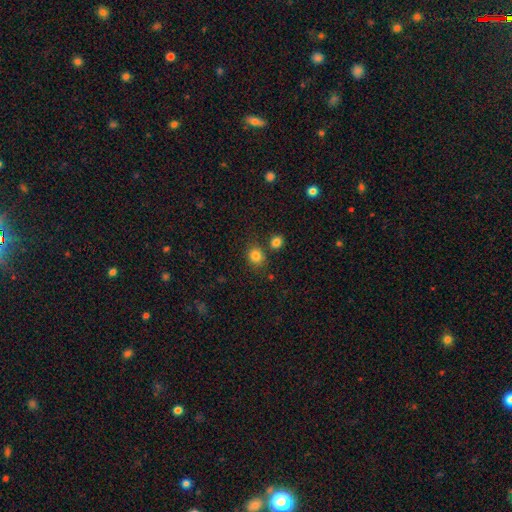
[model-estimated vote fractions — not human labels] smooth_or_featured: smooth (p=0.82) [alt: star or artifact p=0.12]
how_rounded: round (p=0.76) [alt: in between p=0.23]
merging: none (p=0.74) [alt: merger p=0.12]